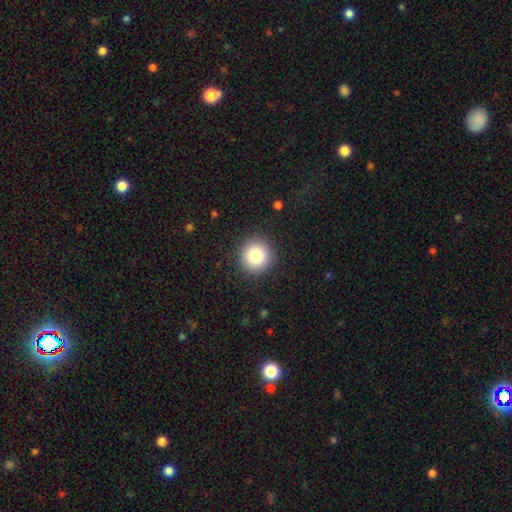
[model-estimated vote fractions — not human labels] Smooth or featured? Predicted: smooth (p=0.83). How rounded? Predicted: round (p=0.94). Merging? Predicted: none (p=0.91).